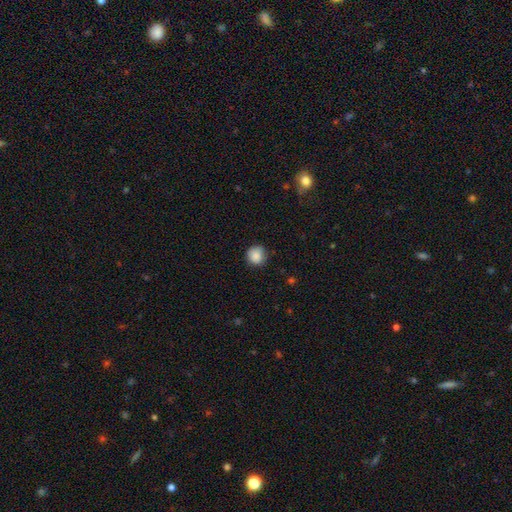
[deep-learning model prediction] Smooth or featured?
  - smooth: 87% *
  - star or artifact: 9%
  - featured or disk: 4%
How rounded?
  - round: 91% *
  - in between: 8%
  - cigar-shaped: 1%
Merging?
  - none: 82% *
  - minor disturbance: 14%
  - major disturbance: 3%
  - merger: 1%